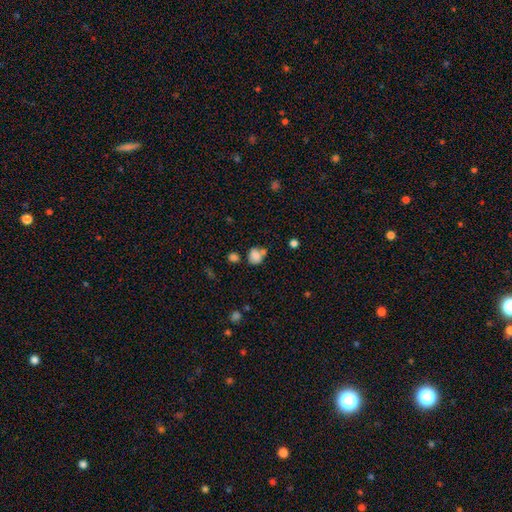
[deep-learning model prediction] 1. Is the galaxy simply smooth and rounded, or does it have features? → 79% smooth, 11% star or artifact, 10% featured or disk.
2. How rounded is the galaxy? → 65% round, 34% in between, 1% cigar-shaped.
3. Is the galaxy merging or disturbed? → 47% none, 25% merger, 20% minor disturbance, 8% major disturbance.